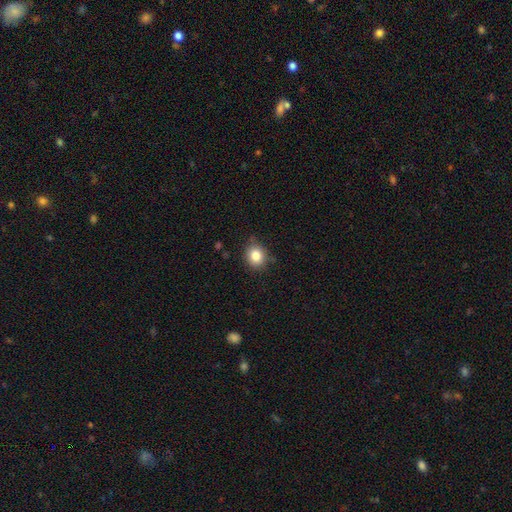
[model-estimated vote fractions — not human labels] The model was most divided on "how rounded": round: 75%, in between: 24%, cigar-shaped: 1%. More confident: merging — none (84%); smooth or featured — smooth (83%).